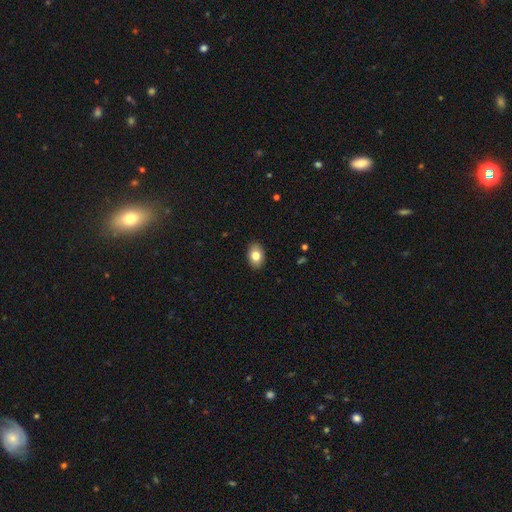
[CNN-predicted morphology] Smooth or featured? Predicted: smooth (p=0.80). How rounded? Predicted: in between (p=0.81). Merging? Predicted: none (p=0.89).